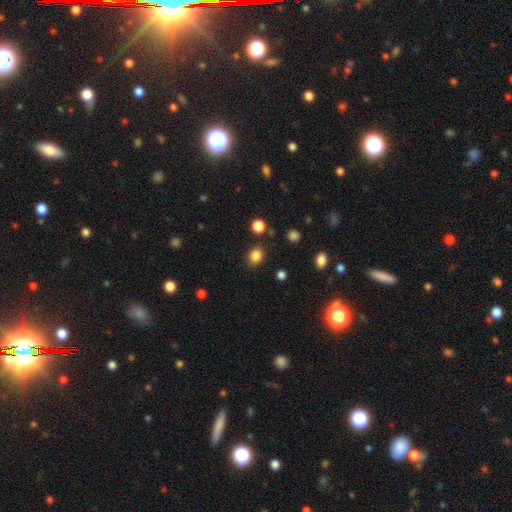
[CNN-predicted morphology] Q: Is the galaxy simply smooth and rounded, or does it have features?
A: smooth — 84%.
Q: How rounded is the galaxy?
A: round — 62%.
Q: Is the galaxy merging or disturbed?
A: none — 85%.